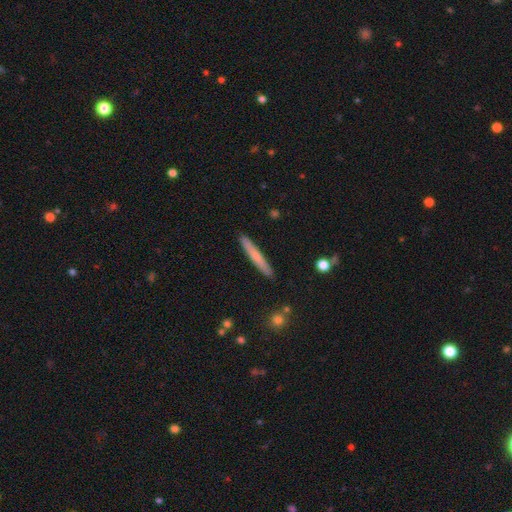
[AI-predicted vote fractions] smooth 65%, featured or disk 29%, star or artifact 6%. Down the decision tree: how rounded — cigar-shaped (96%); merging — none (91%).